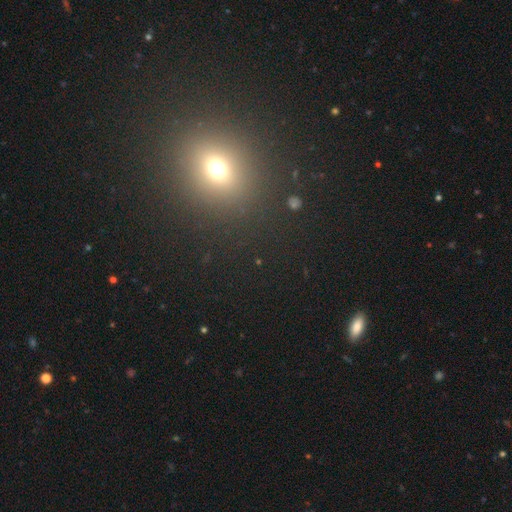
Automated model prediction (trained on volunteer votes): Morphology: type=smooth (56%); roundness=round (65%); merging=none (91%).